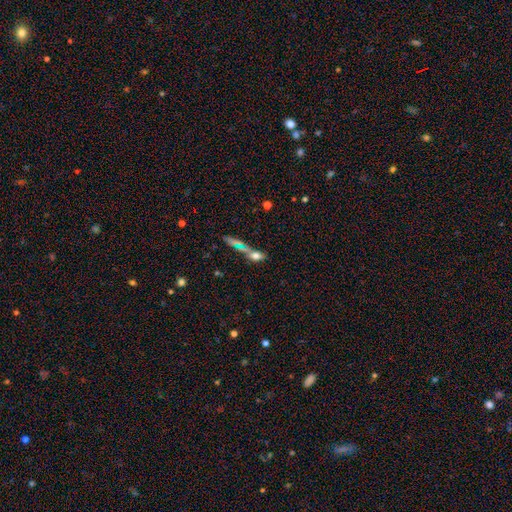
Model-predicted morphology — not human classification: Q: Smooth or featured?
A: smooth (59%); runner-up: featured or disk (23%)
Q: How rounded?
A: in between (52%); runner-up: cigar-shaped (34%)
Q: Merging?
A: none (43%); runner-up: merger (33%)